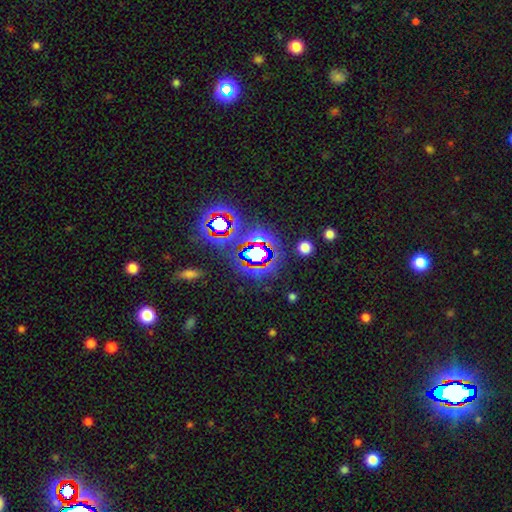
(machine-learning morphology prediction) Smooth or featured? Predicted: star or artifact (p=0.76).